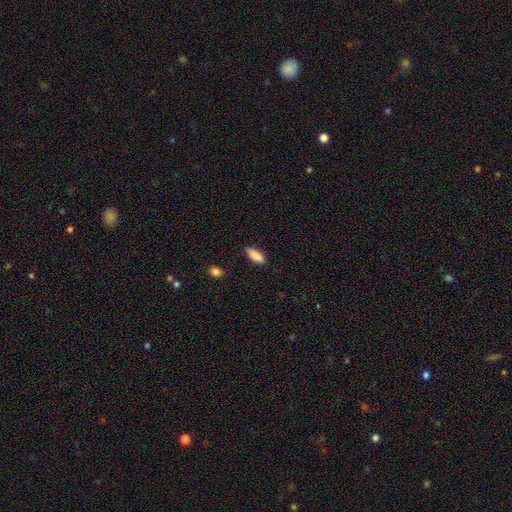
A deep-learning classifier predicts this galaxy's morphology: Smooth or featured: smooth — 88% (star or artifact — 7%)
How rounded: in between — 77% (cigar-shaped — 21%)
Merging: none — 86% (minor disturbance — 11%)